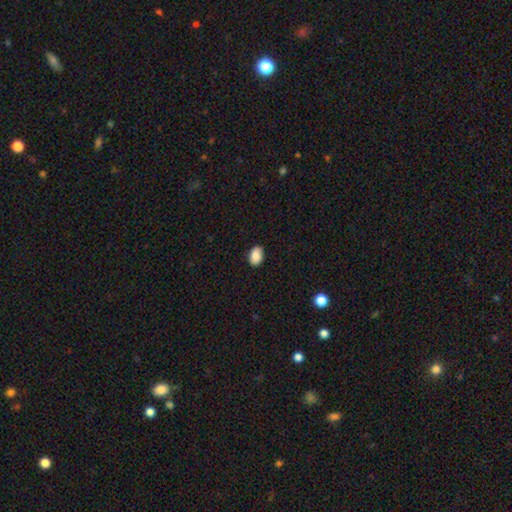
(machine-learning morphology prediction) Smooth or featured? smooth (87%)
How rounded? in between (82%)
Merging? none (85%)